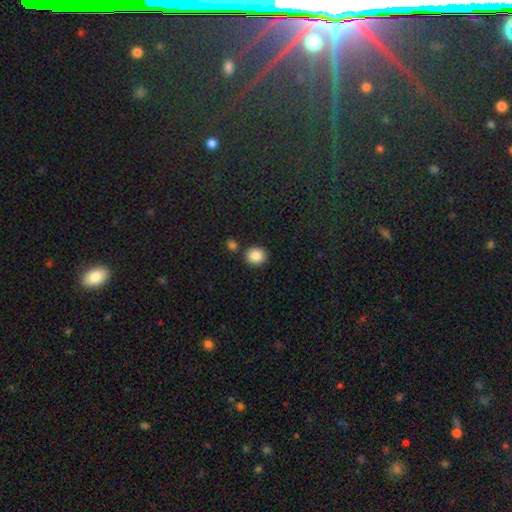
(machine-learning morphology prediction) Smooth or featured? Predicted: smooth (p=0.87). How rounded? Predicted: round (p=0.77). Merging? Predicted: none (p=0.83).